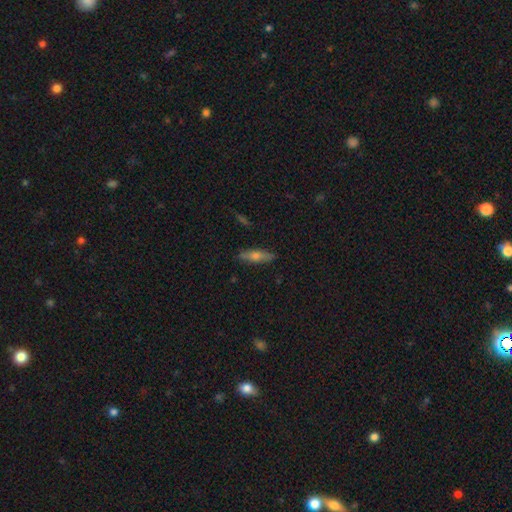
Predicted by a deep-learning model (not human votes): Smooth or featured?
  - smooth: 57% *
  - featured or disk: 35%
  - star or artifact: 8%
How rounded?
  - cigar-shaped: 58% *
  - in between: 39%
  - round: 3%
Merging?
  - none: 86% *
  - minor disturbance: 11%
  - major disturbance: 2%
  - merger: 1%